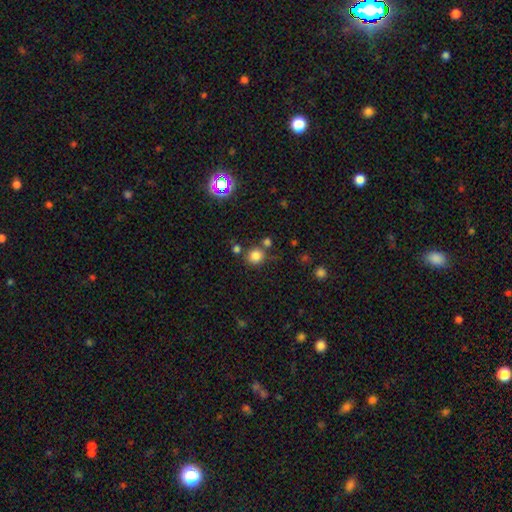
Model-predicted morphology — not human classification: type=smooth (81%); roundness=round (88%); merging=none (72%).